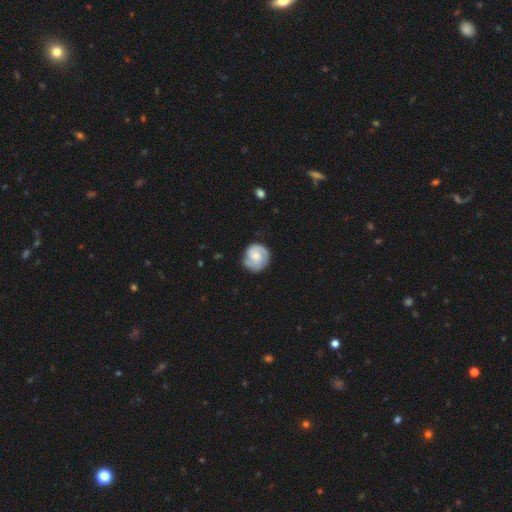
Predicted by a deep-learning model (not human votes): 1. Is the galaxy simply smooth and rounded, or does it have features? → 66% featured or disk, 29% smooth, 6% star or artifact.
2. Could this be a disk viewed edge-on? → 98% no, 2% yes.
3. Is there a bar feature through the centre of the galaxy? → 64% no, 31% weak, 5% strong.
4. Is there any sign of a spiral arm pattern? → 93% yes, 7% no.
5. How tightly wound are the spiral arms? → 57% tight, 34% medium, 9% loose.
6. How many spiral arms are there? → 66% 2, 13% can't tell, 9% 1, 8% 3, 2% 4, 2% more than 4.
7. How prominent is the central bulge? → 42% moderate, 37% small, 12% none, 8% large, 2% dominant.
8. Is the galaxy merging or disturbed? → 76% none, 17% minor disturbance, 5% major disturbance, 1% merger.